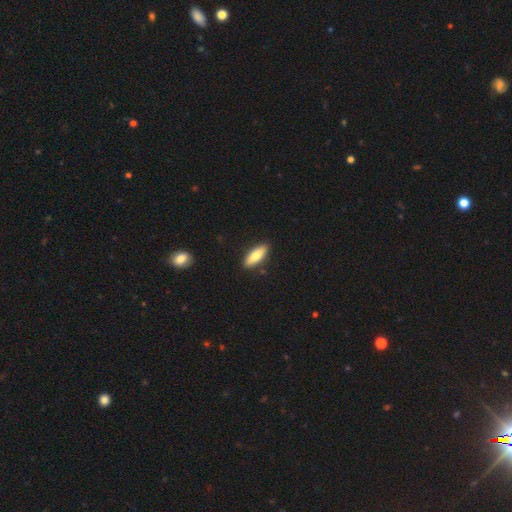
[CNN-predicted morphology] type=smooth (80%); roundness=in between (65%); merging=none (88%).